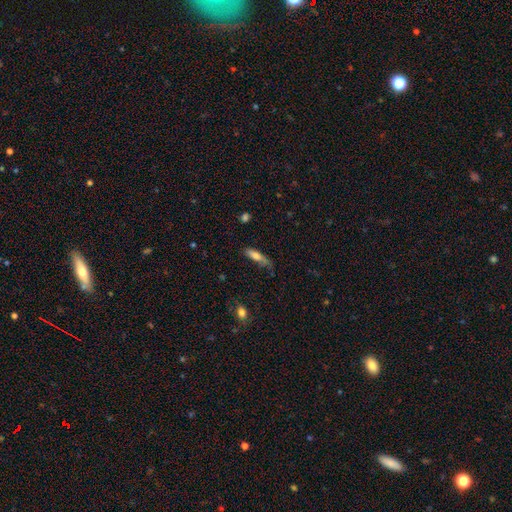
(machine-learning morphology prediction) A smooth galaxy with no disk features (71%) that is cigar-shaped (63%). Merging: none (51%).